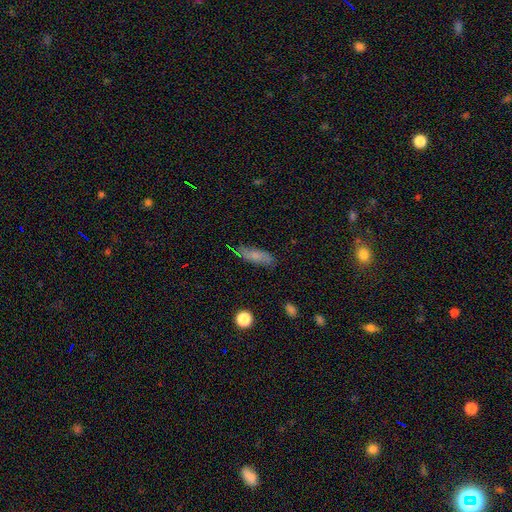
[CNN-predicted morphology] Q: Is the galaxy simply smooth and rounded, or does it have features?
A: smooth — 68%.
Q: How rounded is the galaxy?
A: in between — 54%.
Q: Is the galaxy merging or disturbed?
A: none — 74%.